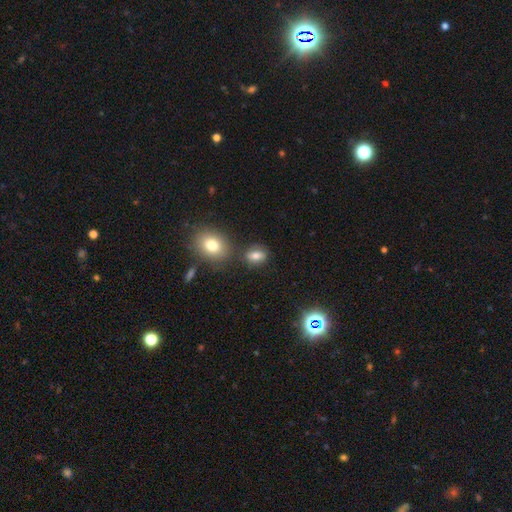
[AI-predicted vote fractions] The model was most divided on "how rounded": in between: 66%, round: 31%, cigar-shaped: 3%. More confident: smooth or featured — smooth (76%); merging — none (73%).